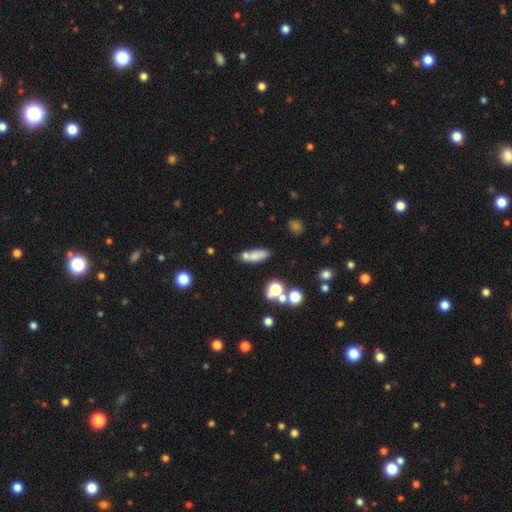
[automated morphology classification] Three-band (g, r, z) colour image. It shows a smooth galaxy with no disk features (70%) that is in between round and cigar-shaped (55%). Merging: none (55%).